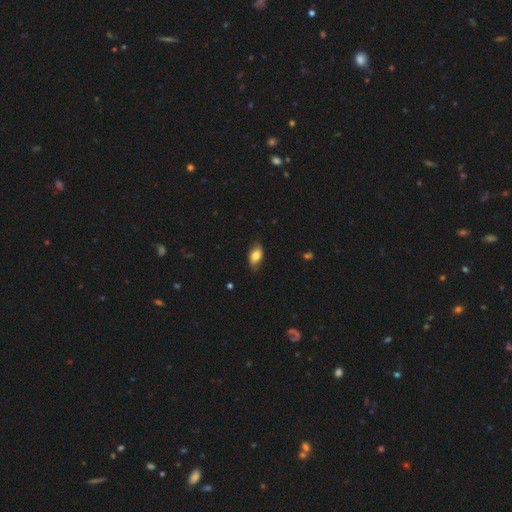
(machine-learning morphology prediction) A smooth galaxy with no disk features (81%) that is in between round and cigar-shaped (91%).

Vote fractions:
- Smooth or featured? smooth: 81% / featured or disk: 12% / star or artifact: 7%
- How rounded? in between: 91% / round: 6% / cigar-shaped: 4%
- Merging? none: 80% / minor disturbance: 16% / major disturbance: 3% / merger: 1%